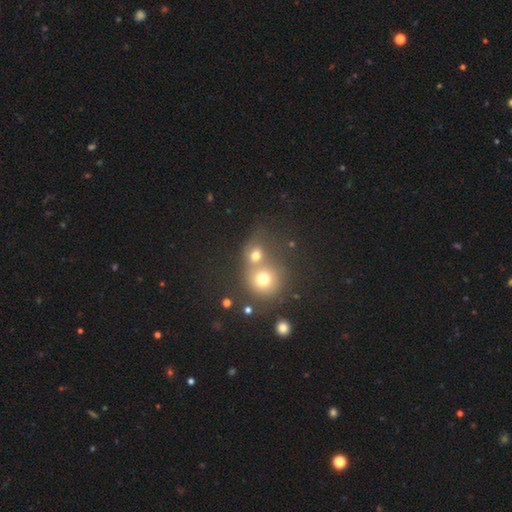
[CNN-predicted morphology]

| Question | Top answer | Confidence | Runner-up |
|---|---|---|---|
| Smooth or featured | smooth | 71% | star or artifact (16%) |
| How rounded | round | 79% | in between (20%) |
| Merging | merger | 55% | none (33%) |